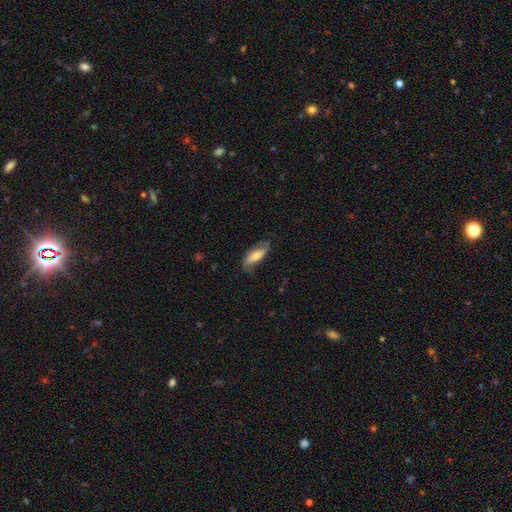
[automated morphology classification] Smooth or featured: featured or disk — 55% (smooth — 38%)
Edge-on disk: no — 79% (yes — 21%)
Merging: none — 71% (minor disturbance — 21%)